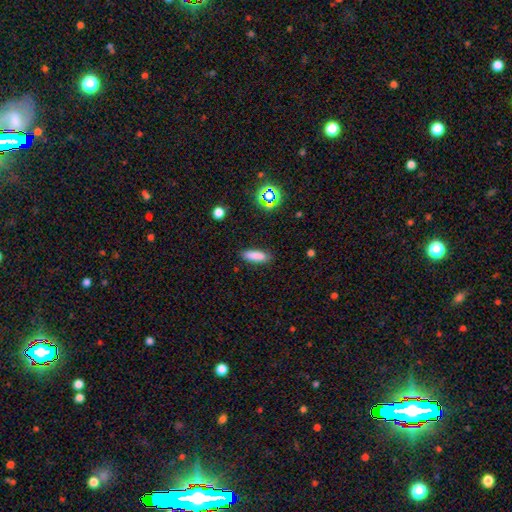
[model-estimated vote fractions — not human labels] Q: Smooth or featured?
A: smooth (84%); runner-up: star or artifact (10%)
Q: How rounded?
A: cigar-shaped (49%); tied with: in between (49%)
Q: Merging?
A: none (87%); runner-up: minor disturbance (9%)